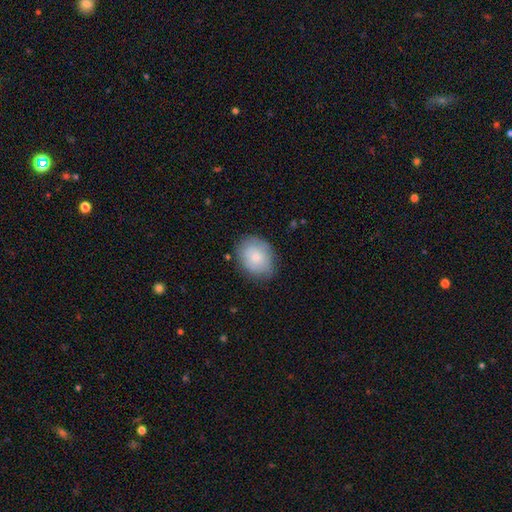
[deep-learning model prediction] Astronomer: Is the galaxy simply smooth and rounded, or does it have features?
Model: smooth — 76%.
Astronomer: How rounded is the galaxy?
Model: in between — 54% (runner-up: round, 45%).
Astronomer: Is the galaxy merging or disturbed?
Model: none — 78%.